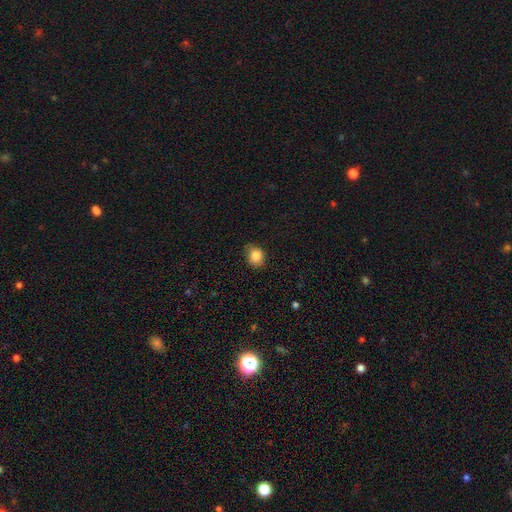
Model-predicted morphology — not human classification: smooth-or-featured: smooth: 85% | star or artifact: 10% | featured or disk: 6%
  how-rounded: round: 63% | in between: 36% | cigar-shaped: 1%
  merging: none: 75% | minor disturbance: 21% | major disturbance: 3% | merger: 1%